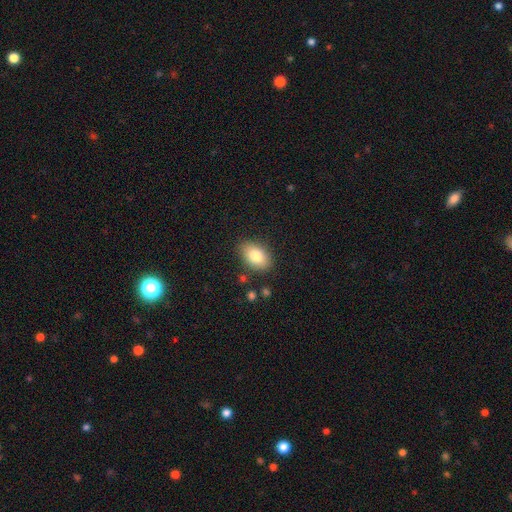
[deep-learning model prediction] Smooth or featured: smooth — 81% (featured or disk — 11%)
How rounded: in between — 87% (round — 12%)
Merging: none — 84% (minor disturbance — 11%)